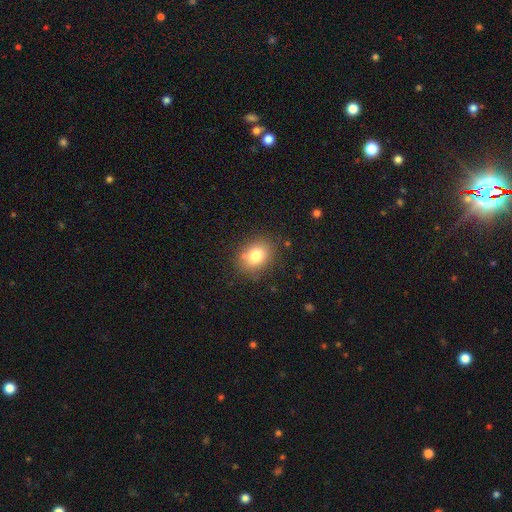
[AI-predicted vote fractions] smooth_or_featured: smooth (p=0.81) [alt: star or artifact p=0.10]
how_rounded: in between (p=0.57) [alt: round p=0.42]
merging: none (p=0.81) [alt: minor disturbance p=0.13]